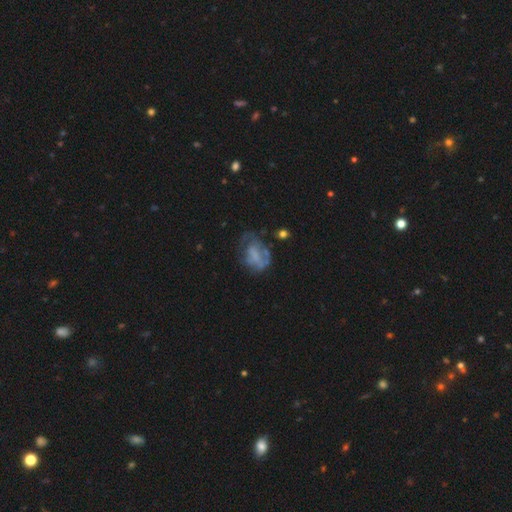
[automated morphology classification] type=featured or disk (50%); merging=none (34%, tied with major disturbance).